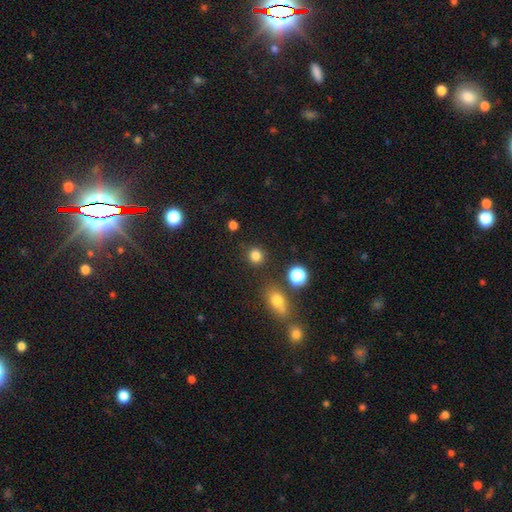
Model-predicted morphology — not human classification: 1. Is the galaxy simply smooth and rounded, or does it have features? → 81% smooth, 14% star or artifact, 5% featured or disk.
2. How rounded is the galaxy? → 86% round, 13% in between, 1% cigar-shaped.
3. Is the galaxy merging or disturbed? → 84% none, 9% minor disturbance, 4% merger, 3% major disturbance.